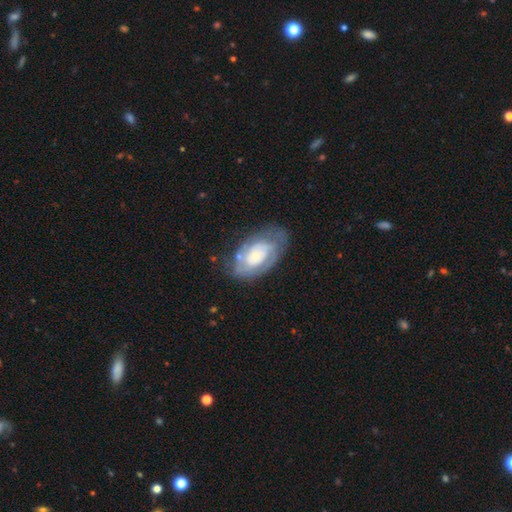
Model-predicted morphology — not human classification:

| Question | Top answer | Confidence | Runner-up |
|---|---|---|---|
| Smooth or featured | featured or disk | 73% | smooth (21%) |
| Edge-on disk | no | 96% | yes (4%) |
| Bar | no | 74% | weak (21%) |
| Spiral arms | yes | 81% | no (19%) |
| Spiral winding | tight | 61% | medium (29%) |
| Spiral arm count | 2 | 40% | can't tell (37%) |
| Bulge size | small | 54% | moderate (28%) |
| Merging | none | 63% | minor disturbance (22%) |